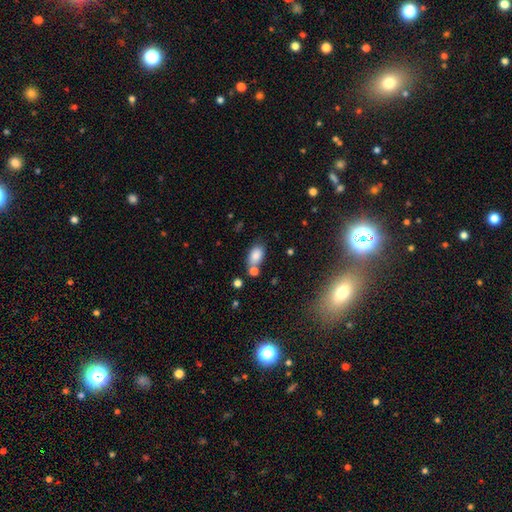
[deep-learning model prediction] Smooth or featured? smooth (83%)
How rounded? in between (90%)
Merging? none (60%)